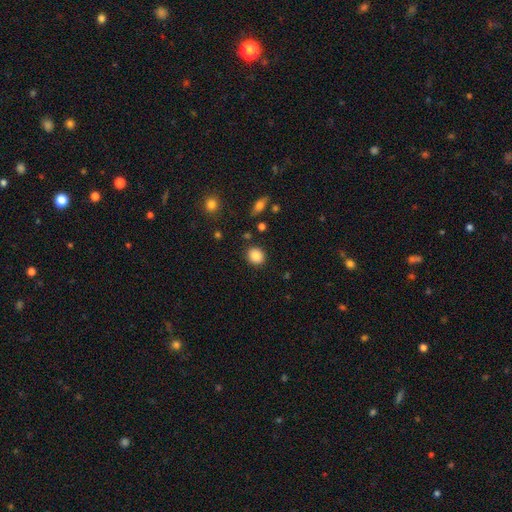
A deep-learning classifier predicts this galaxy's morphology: Smooth or featured: smooth — 87% (star or artifact — 9%)
How rounded: round — 74% (in between — 25%)
Merging: none — 87% (minor disturbance — 8%)